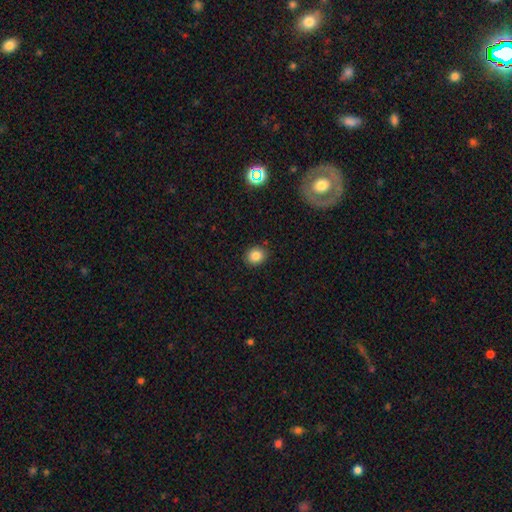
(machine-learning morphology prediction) A smooth galaxy with no disk features (84%) that is round (72%).

Vote fractions:
- Smooth or featured? smooth: 84% / star or artifact: 10% / featured or disk: 5%
- How rounded? round: 72% / in between: 28% / cigar-shaped: 1%
- Merging? none: 88% / minor disturbance: 8% / major disturbance: 2% / merger: 1%